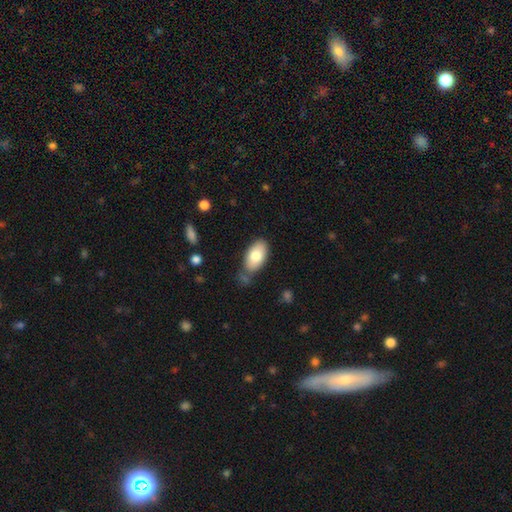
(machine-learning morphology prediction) type=smooth (78%); roundness=in between (94%); merging=none (65%).